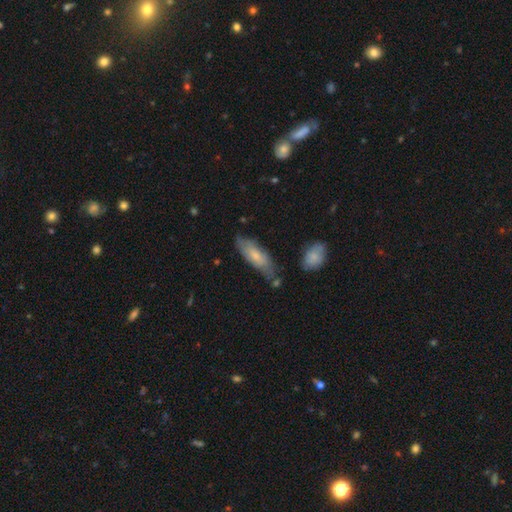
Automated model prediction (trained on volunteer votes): This appears to be a smooth galaxy with no disk features (64%) that is in between round and cigar-shaped (59%). Merging: none (61%).